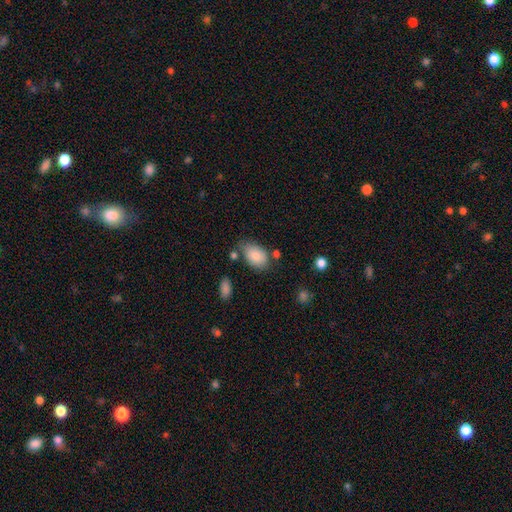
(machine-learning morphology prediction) This appears to be a smooth galaxy with no disk features (81%) that is in between round and cigar-shaped (86%). Merging: none (61%).